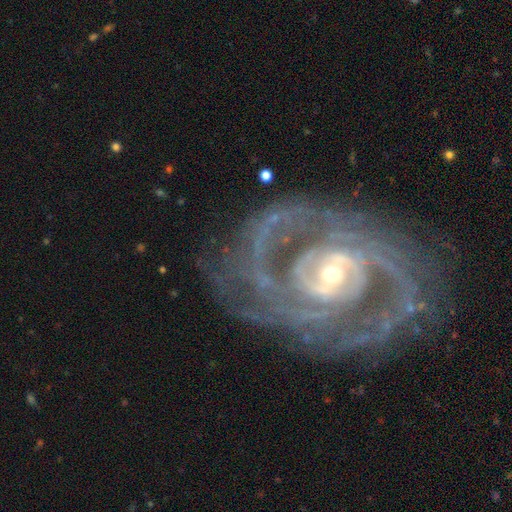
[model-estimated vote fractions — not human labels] Overall: featured or disk (91%). Edge-on disk: no (97%). Bar: no (40%; weak 37%). Spiral arms: yes (98%). Spiral arm count: 2 (54%). Spiral winding: tight (50%; medium 41%). Bulge size: small (55%; moderate 40%). Merging: none (72%).